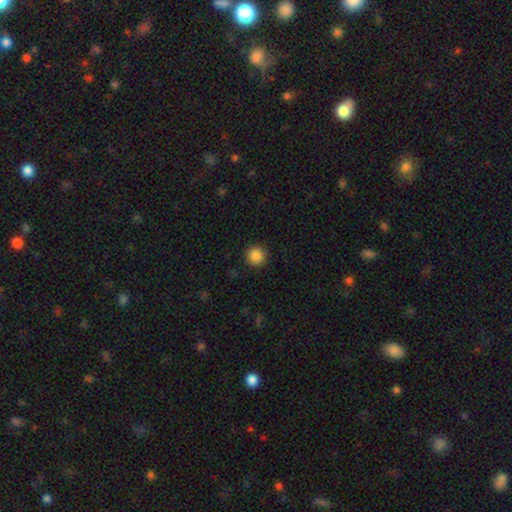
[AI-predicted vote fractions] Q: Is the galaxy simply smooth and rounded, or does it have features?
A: smooth — 87%.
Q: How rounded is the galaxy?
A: round — 95%.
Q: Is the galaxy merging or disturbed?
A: none — 92%.